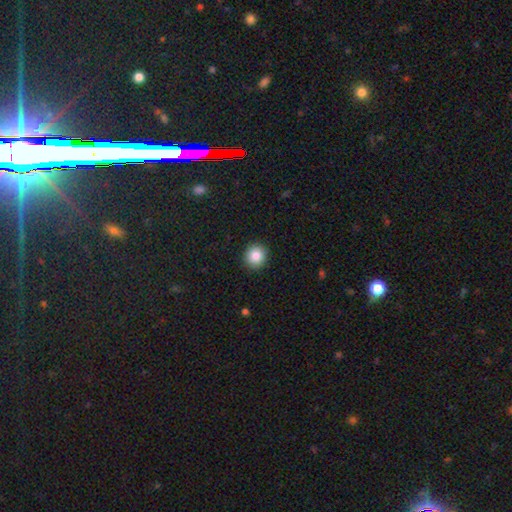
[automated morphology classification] type=smooth (86%); roundness=round (89%); merging=none (92%).